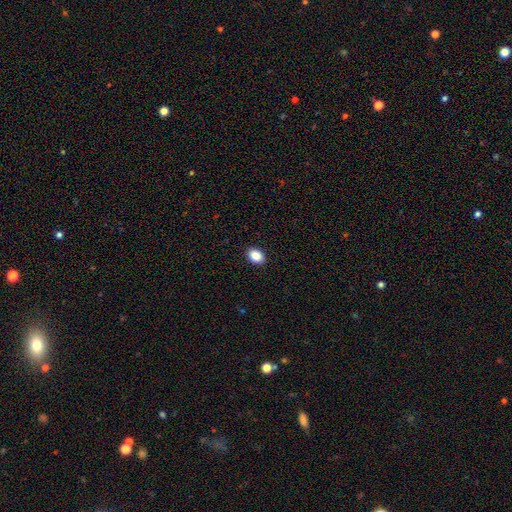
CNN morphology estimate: Smooth or featured? smooth (87%)
How rounded? in between (72%)
Merging? none (91%)